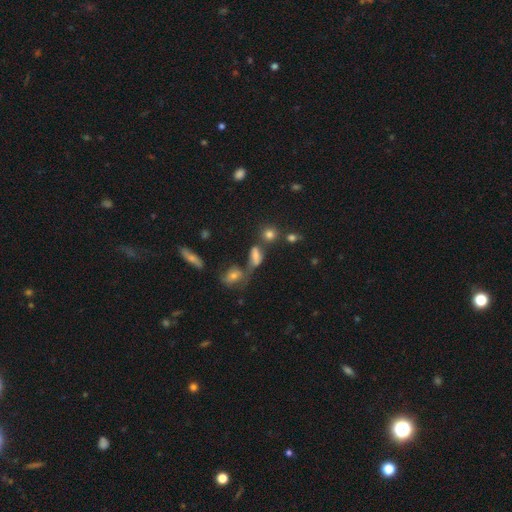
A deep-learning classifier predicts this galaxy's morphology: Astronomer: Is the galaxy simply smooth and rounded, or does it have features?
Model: smooth — 62%.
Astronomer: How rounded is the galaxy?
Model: in between — 51% (runner-up: round, 38%).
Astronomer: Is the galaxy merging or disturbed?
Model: none — 50% (runner-up: merger, 28%).